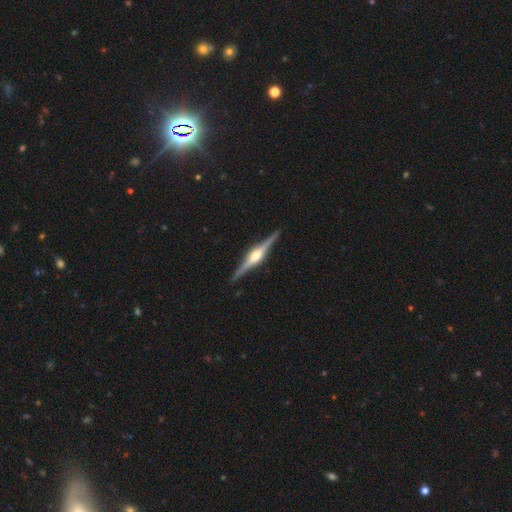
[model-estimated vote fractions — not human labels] Overall: featured or disk (88%). Edge-on disk: yes (98%). Edge-on bulge: rounded (90%). Merging: none (91%).